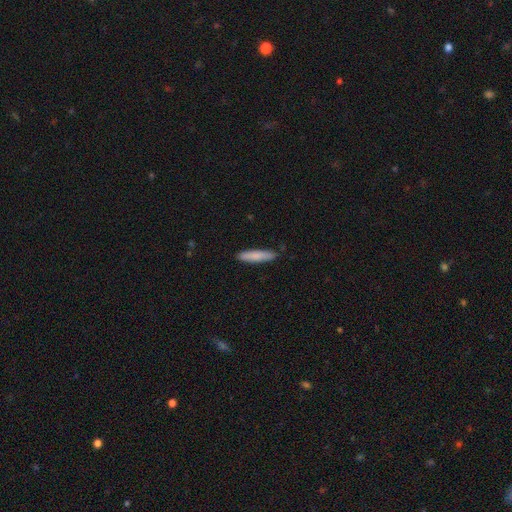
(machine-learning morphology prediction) Overall: smooth (82%). How rounded: cigar-shaped (86%). Merging: none (88%).